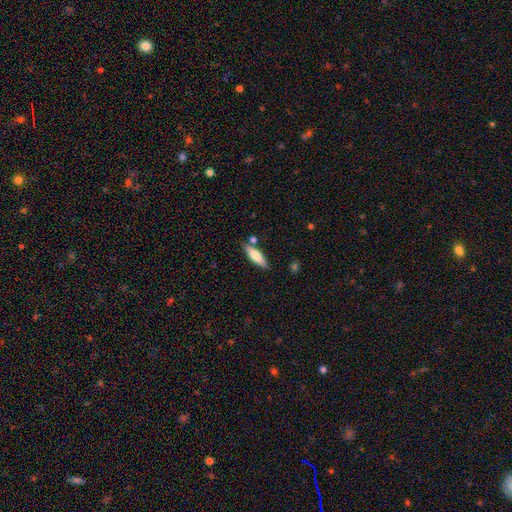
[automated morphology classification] smooth-or-featured: smooth: 68% | featured or disk: 26% | star or artifact: 6%
  how-rounded: cigar-shaped: 57% | in between: 41% | round: 2%
  merging: none: 77% | minor disturbance: 13% | merger: 8% | major disturbance: 3%